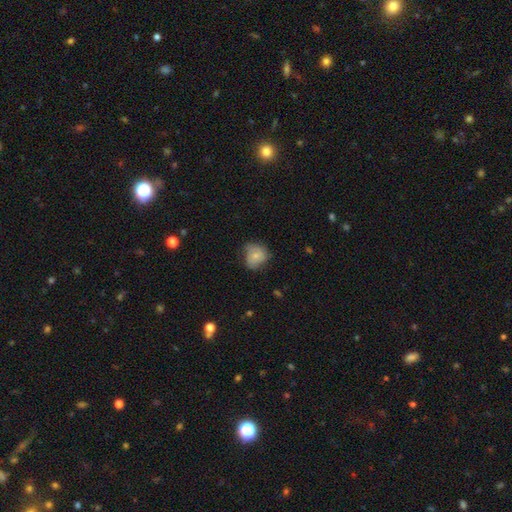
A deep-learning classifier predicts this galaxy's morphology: The model was most divided on "merging": none: 55%, minor disturbance: 33%, major disturbance: 11%, merger: 1%. More confident: how rounded — round (70%); smooth or featured — smooth (67%).